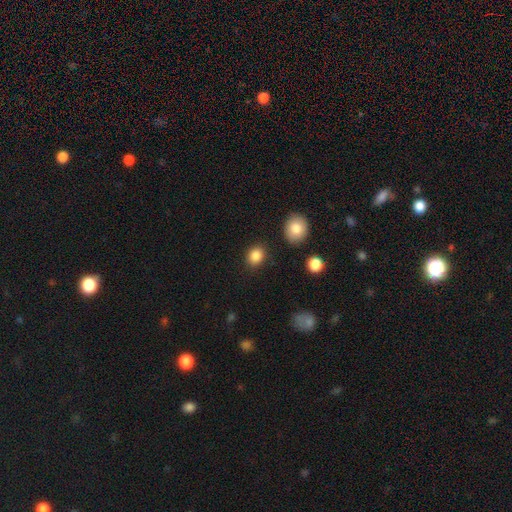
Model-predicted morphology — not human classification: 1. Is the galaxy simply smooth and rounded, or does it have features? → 87% smooth, 9% star or artifact, 4% featured or disk.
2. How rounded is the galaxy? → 54% round, 45% in between, 1% cigar-shaped.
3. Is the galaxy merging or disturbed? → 86% none, 8% minor disturbance, 3% major disturbance, 3% merger.